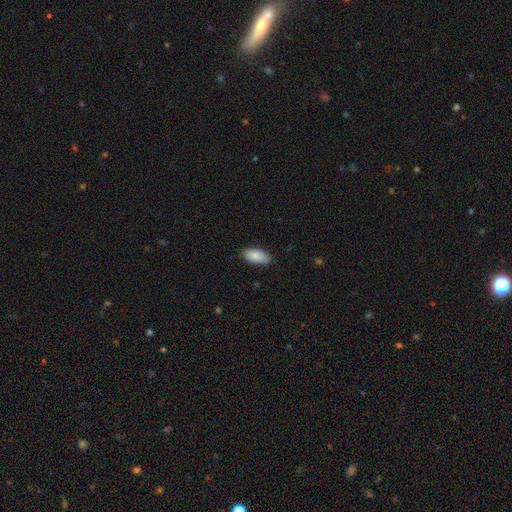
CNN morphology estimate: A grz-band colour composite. It shows a smooth galaxy with no disk features (87%) that is in between round and cigar-shaped (92%). Merging: none (85%).